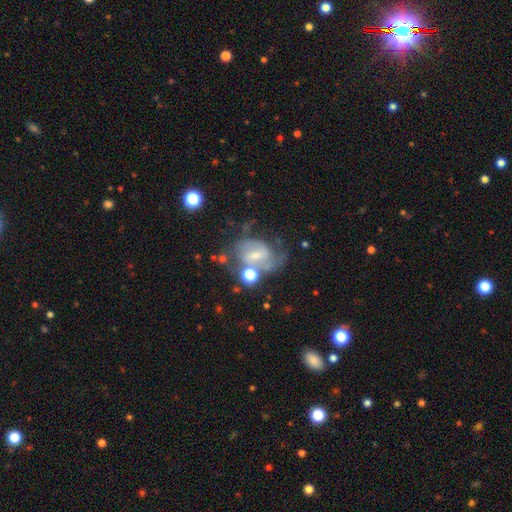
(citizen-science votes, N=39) Smooth or featured? featured or disk (69%)
Edge-on disk? no (96%)
Bar? weak (65%)
Spiral arms? yes (73%)
Spiral winding? medium (68%)
Spiral arm count? 2 (74%)
Bulge size? small (58%)
Merging? none (44%)